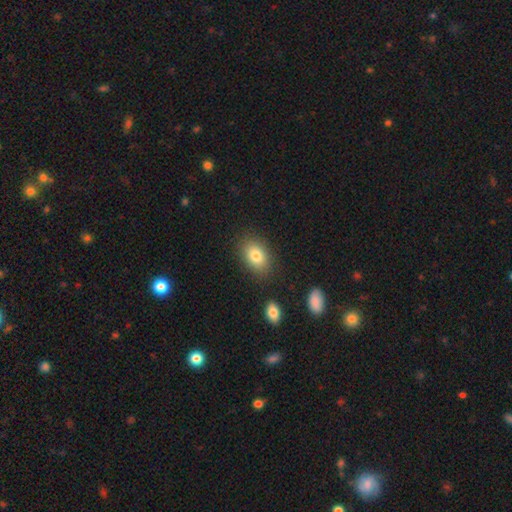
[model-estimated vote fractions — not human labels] smooth_or_featured: smooth (p=0.81) [alt: featured or disk p=0.10]
how_rounded: in between (p=0.81) [alt: round p=0.18]
merging: none (p=0.84) [alt: minor disturbance p=0.10]